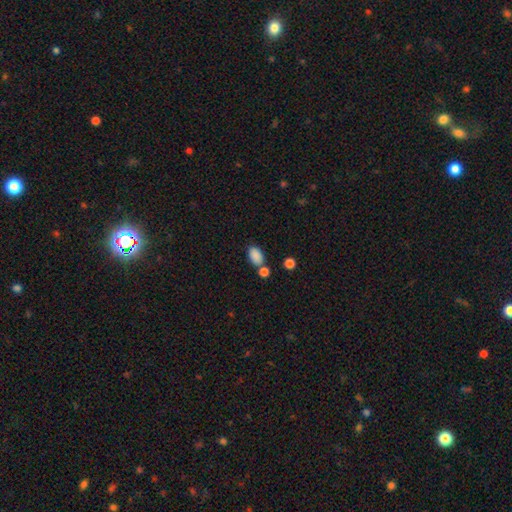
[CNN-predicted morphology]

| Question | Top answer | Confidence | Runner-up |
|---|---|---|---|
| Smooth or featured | smooth | 87% | star or artifact (9%) |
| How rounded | in between | 90% | round (9%) |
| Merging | none | 68% | merger (16%) |